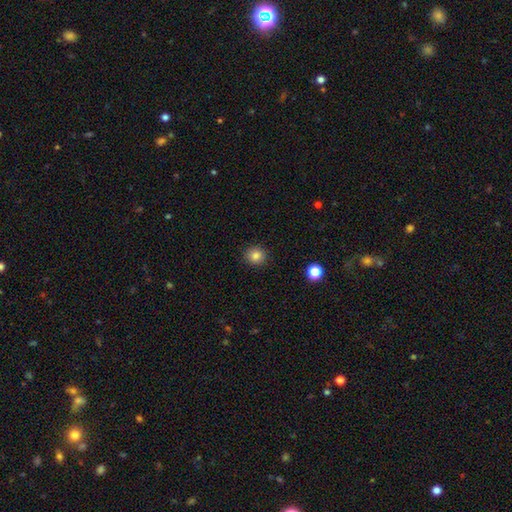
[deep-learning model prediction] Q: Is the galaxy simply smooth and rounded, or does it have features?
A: smooth — 84%.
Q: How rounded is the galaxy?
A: round — 90%.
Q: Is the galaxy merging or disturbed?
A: none — 91%.